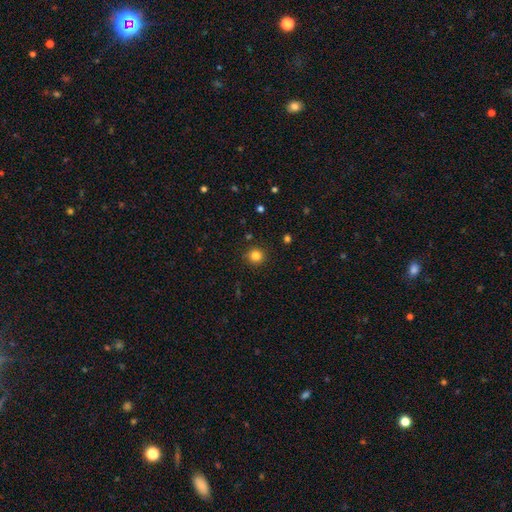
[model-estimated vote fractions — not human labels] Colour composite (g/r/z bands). It shows a smooth galaxy with no disk features (82%) that is round (94%). Merging: none (91%).